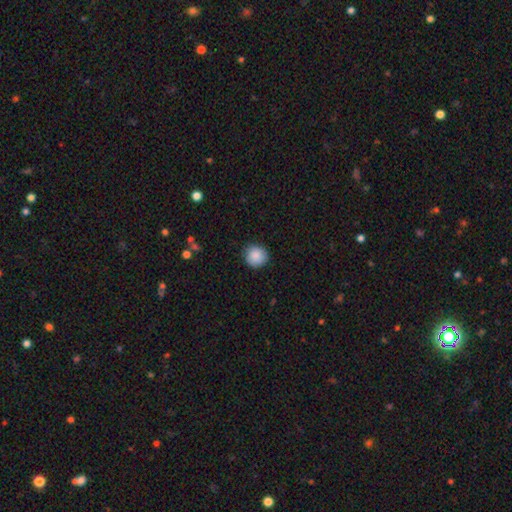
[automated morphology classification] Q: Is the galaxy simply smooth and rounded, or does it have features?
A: smooth — 89%.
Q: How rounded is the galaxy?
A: round — 93%.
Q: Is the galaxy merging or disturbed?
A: none — 88%.